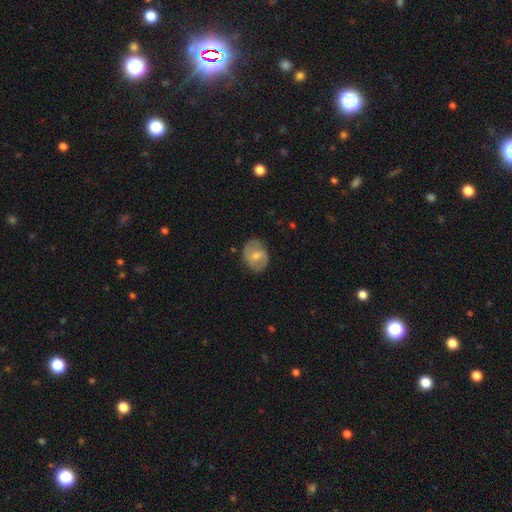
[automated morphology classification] Overall: featured or disk (60%; smooth 34%). Edge-on disk: no (97%). Bar: weak (54%; no 25%). Spiral arms: yes (80%). Bulge size: moderate (47%; small 43%). Merging: none (78%).